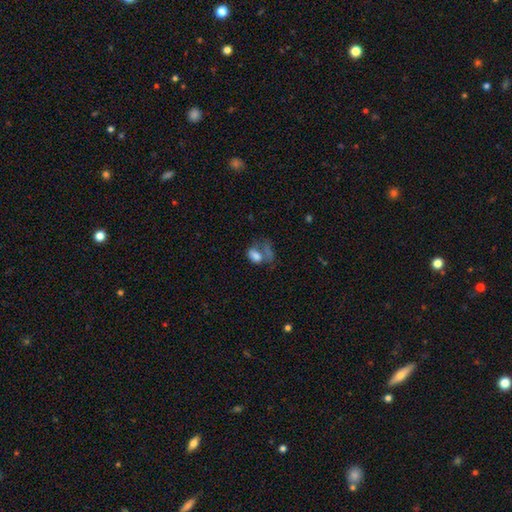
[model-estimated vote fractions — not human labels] smooth-or-featured: smooth: 71% | featured or disk: 16% | star or artifact: 13%
  how-rounded: in between: 82% | round: 16% | cigar-shaped: 3%
  merging: major disturbance: 29% | merger: 28% | none: 27% | minor disturbance: 16%